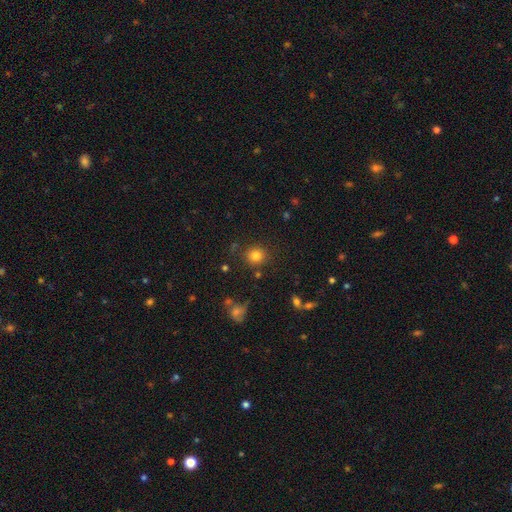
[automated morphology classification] smooth 81%, star or artifact 13%, featured or disk 6%. Down the decision tree: how rounded — round (87%); merging — none (86%).